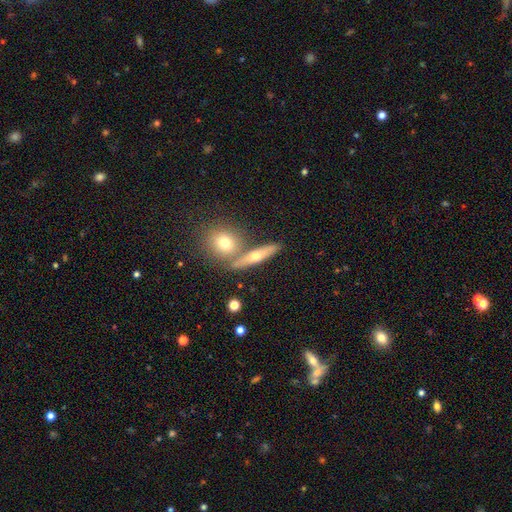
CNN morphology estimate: Smooth or featured?
  - featured or disk: 48% *
  - smooth: 43%
  - star or artifact: 9%
Merging?
  - none: 68% *
  - merger: 19%
  - minor disturbance: 10%
  - major disturbance: 3%